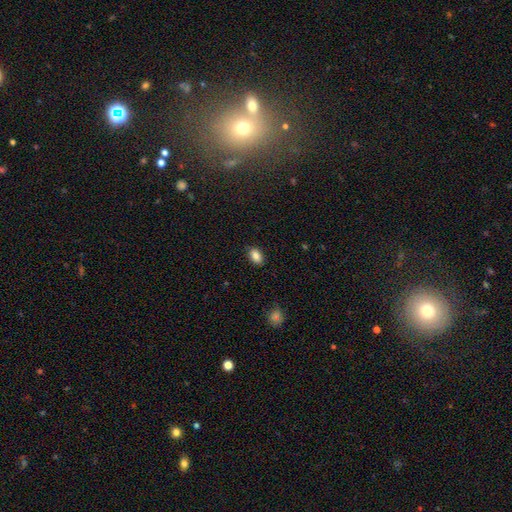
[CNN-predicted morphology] A smooth galaxy with no disk features (86%) that is in between round and cigar-shaped (88%). Merging: none (87%).